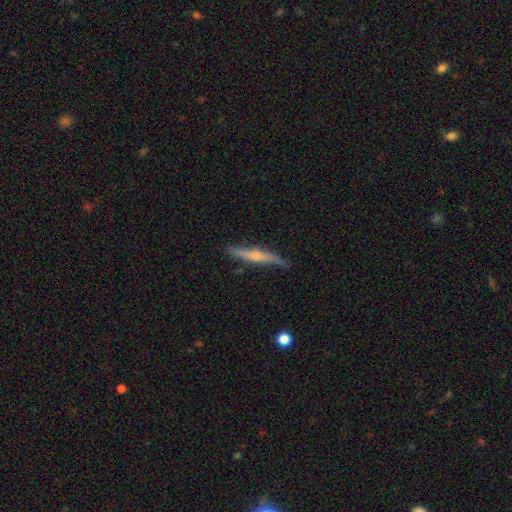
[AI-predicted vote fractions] Q: Smooth or featured?
A: featured or disk (67%); runner-up: smooth (28%)
Q: Edge-on disk?
A: yes (95%); runner-up: no (5%)
Q: Edge-on bulge?
A: rounded (76%); runner-up: none (16%)
Q: Merging?
A: none (82%); runner-up: minor disturbance (14%)